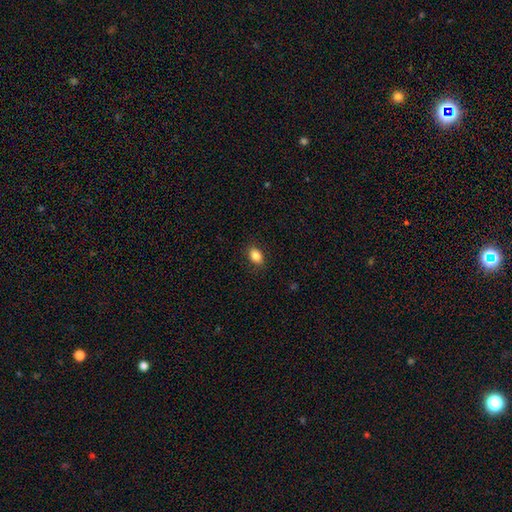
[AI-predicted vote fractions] Smooth or featured? Predicted: smooth (p=0.86). How rounded? Predicted: in between (p=0.83). Merging? Predicted: none (p=0.88).